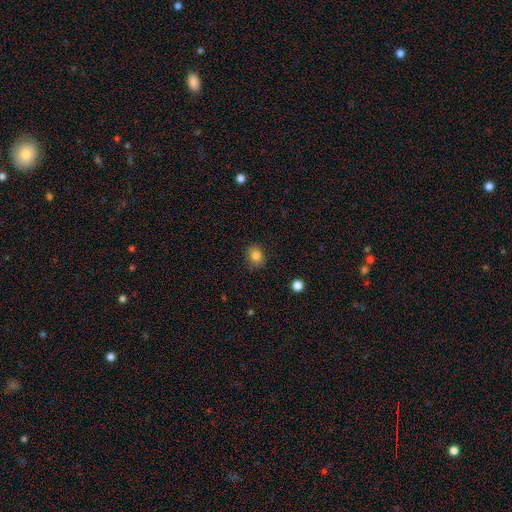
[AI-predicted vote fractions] Morphology: type=smooth (82%); roundness=round (70%); merging=none (84%).